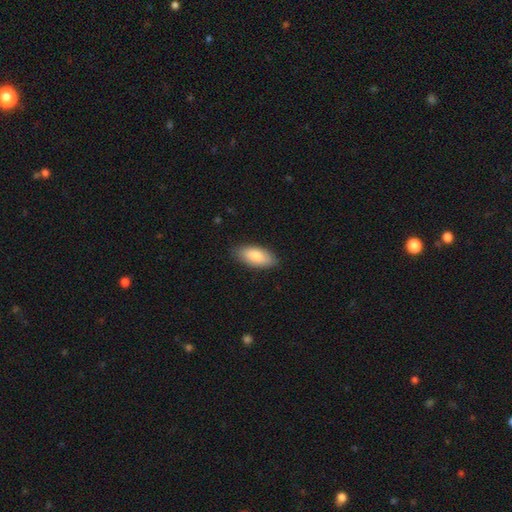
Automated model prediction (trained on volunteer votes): smooth 82%, featured or disk 12%, star or artifact 6%. Down the decision tree: how rounded — in between (87%); merging — none (86%).